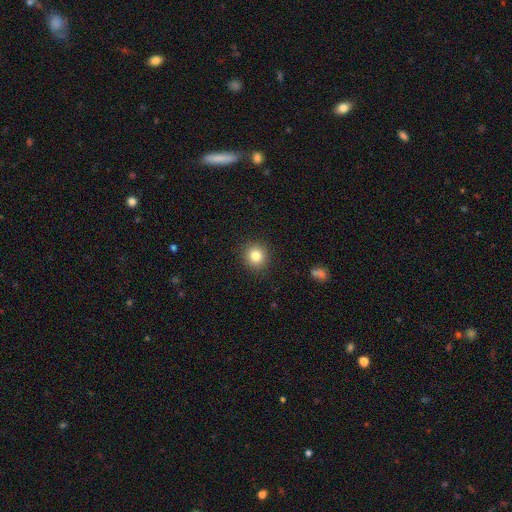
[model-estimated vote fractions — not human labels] The model was most divided on "smooth or featured": smooth: 82%, star or artifact: 11%, featured or disk: 7%. More confident: how rounded — round (92%); merging — none (91%).